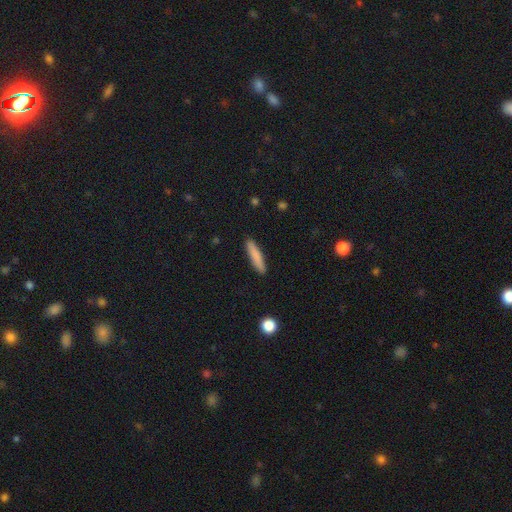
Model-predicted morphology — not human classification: This appears to be a smooth galaxy with no disk features (82%) that is cigar-shaped (88%). Merging: none (90%).